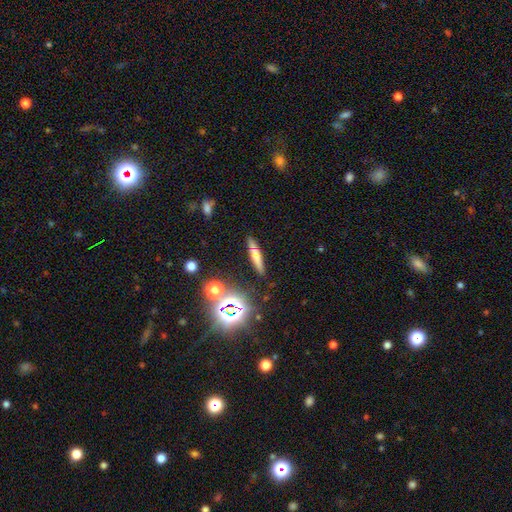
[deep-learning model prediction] Q: Smooth or featured?
A: smooth (53%); runner-up: featured or disk (29%)
Q: How rounded?
A: cigar-shaped (84%); runner-up: in between (11%)
Q: Merging?
A: none (79%); runner-up: minor disturbance (10%)